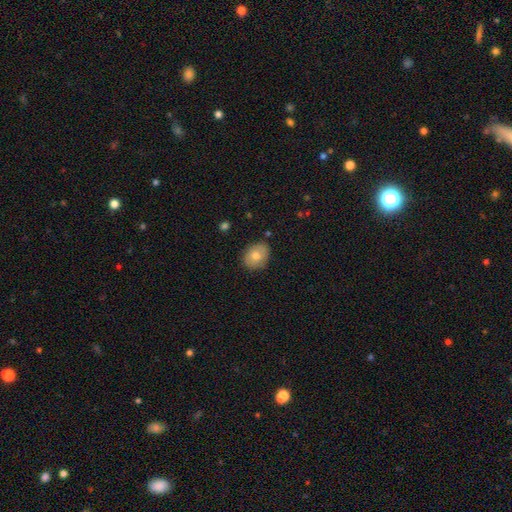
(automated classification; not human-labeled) Q: Smooth or featured?
A: smooth (73%); runner-up: featured or disk (19%)
Q: How rounded?
A: in between (57%); runner-up: round (42%)
Q: Merging?
A: none (83%); runner-up: minor disturbance (13%)